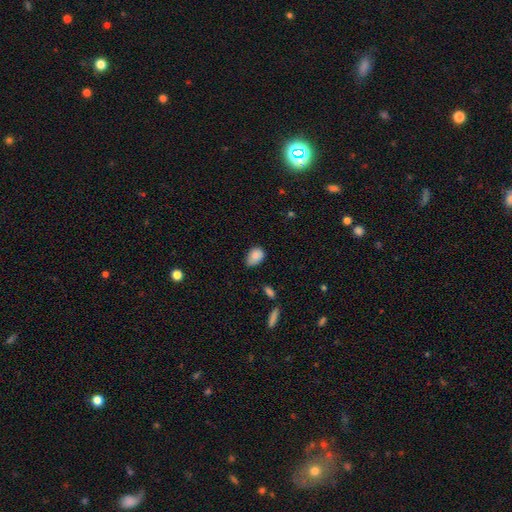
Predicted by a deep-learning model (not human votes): The model was most divided on "merging": none: 59%, minor disturbance: 34%, major disturbance: 6%, merger: 2%. More confident: smooth or featured — smooth (84%); how rounded — in between (81%).